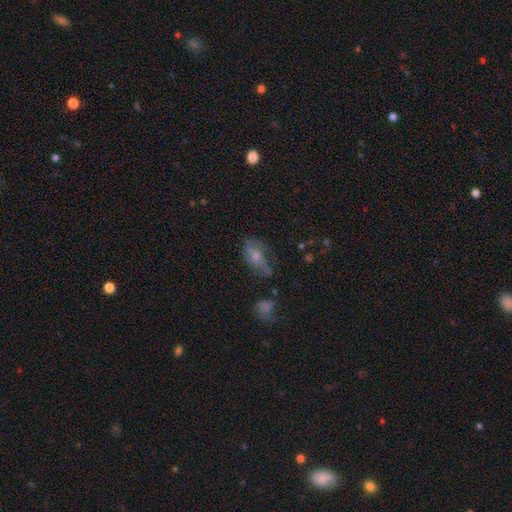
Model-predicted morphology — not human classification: A featured or disk galaxy (52%). Merging: none (52%).